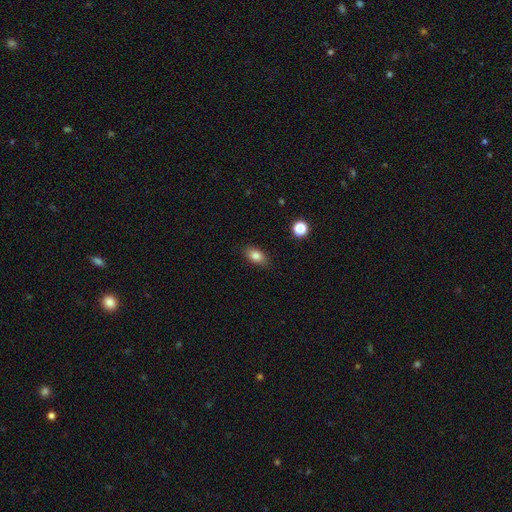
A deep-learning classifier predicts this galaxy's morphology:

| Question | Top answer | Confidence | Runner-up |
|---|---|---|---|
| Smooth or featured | smooth | 84% | star or artifact (9%) |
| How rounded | in between | 88% | round (8%) |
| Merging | none | 86% | minor disturbance (10%) |